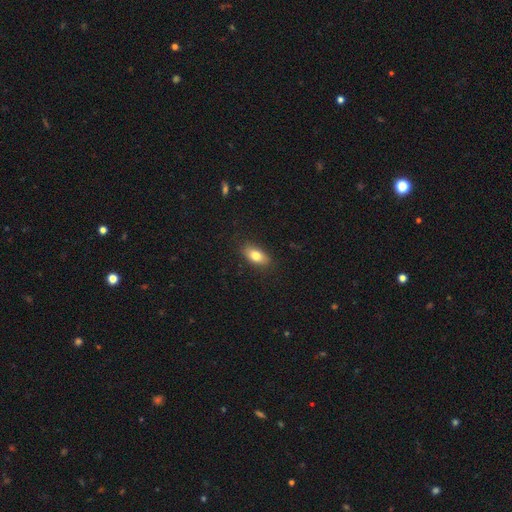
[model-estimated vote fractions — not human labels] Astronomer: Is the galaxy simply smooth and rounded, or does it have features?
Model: smooth — 79%.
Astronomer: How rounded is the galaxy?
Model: in between — 88%.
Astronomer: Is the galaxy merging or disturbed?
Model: none — 86%.